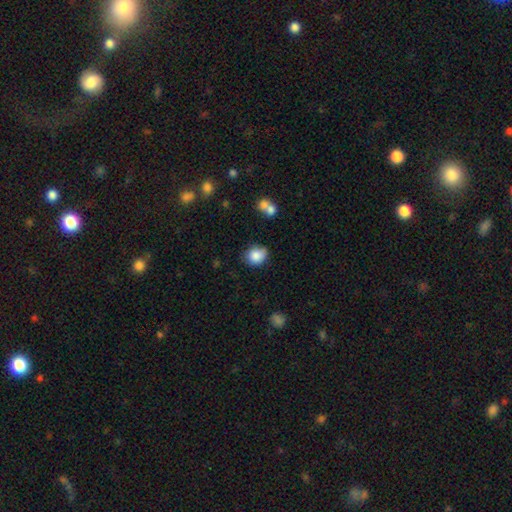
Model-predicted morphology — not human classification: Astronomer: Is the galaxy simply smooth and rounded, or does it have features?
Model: smooth — 85%.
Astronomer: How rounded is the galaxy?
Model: round — 64%.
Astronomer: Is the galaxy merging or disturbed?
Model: none — 67%.